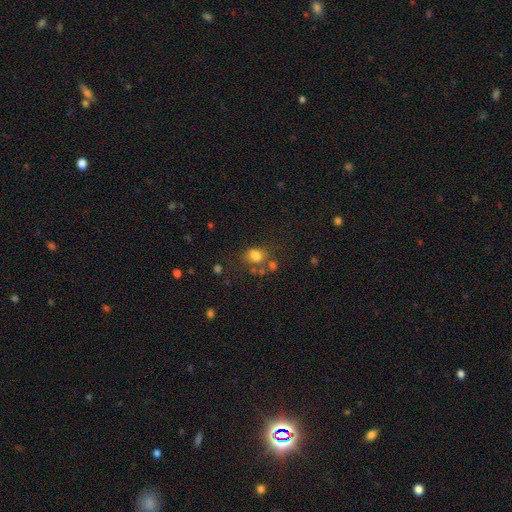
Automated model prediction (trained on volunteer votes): Overall: smooth (73%). How rounded: round (51%; in between 48%). Merging: none (51%; merger 21%).